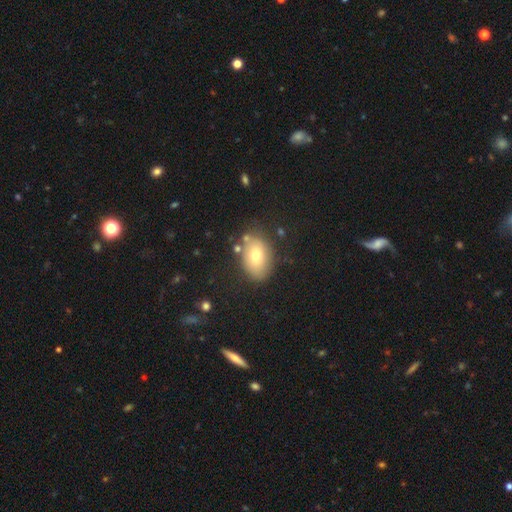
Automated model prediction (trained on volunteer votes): Morphology: type=smooth (69%); roundness=in between (77%); merging=none (78%).